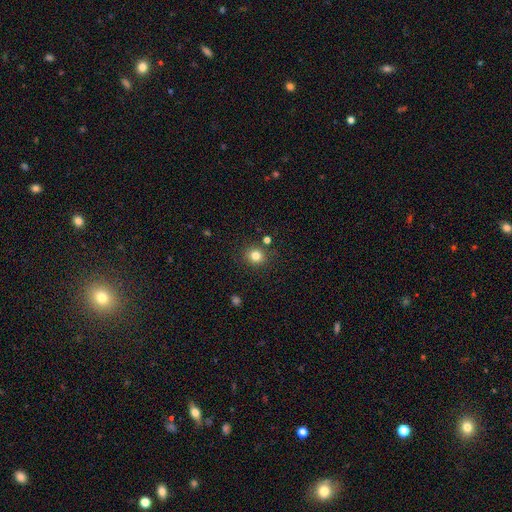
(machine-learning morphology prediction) smooth_or_featured: smooth (p=0.81) [alt: star or artifact p=0.13]
how_rounded: round (p=0.86) [alt: in between p=0.13]
merging: none (p=0.86) [alt: minor disturbance p=0.08]